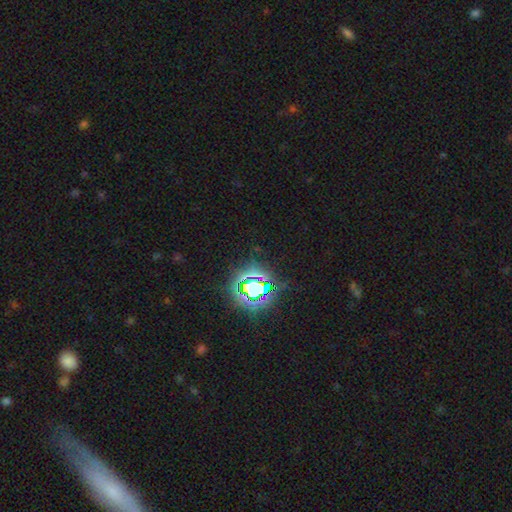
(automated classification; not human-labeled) Morphology: type=star or artifact (80%).